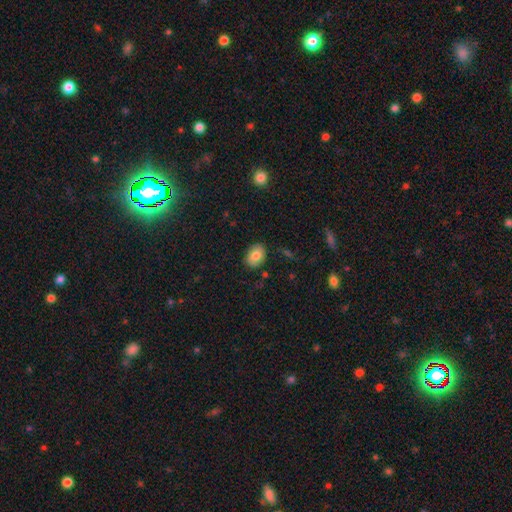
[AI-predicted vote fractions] A smooth galaxy with no disk features (83%) that is in between round and cigar-shaped (76%). Merging: none (85%).